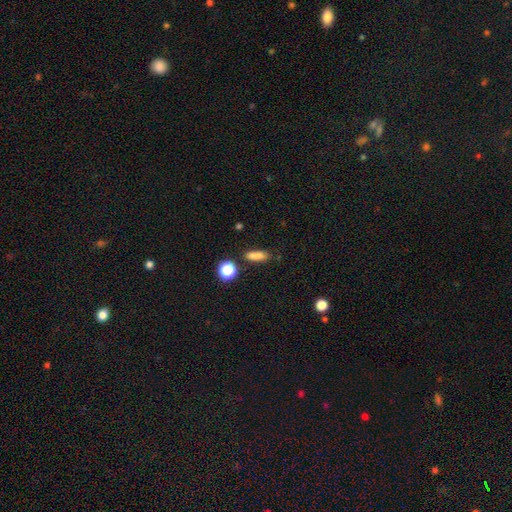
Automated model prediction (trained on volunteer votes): smooth 80%, star or artifact 13%, featured or disk 7%. Down the decision tree: how rounded — cigar-shaped (49%); merging — none (74%).